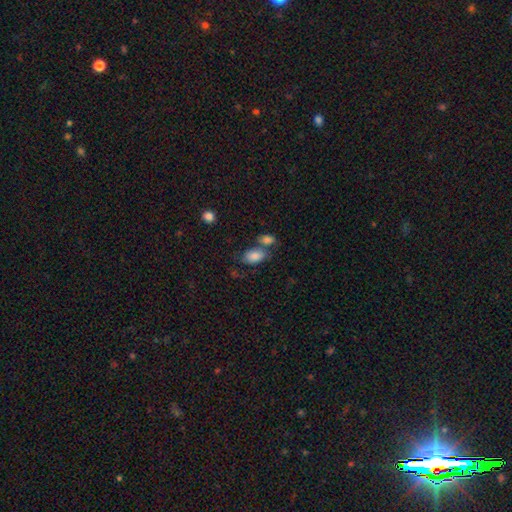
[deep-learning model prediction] Smooth or featured? smooth (83%)
How rounded? in between (91%)
Merging? none (46%)